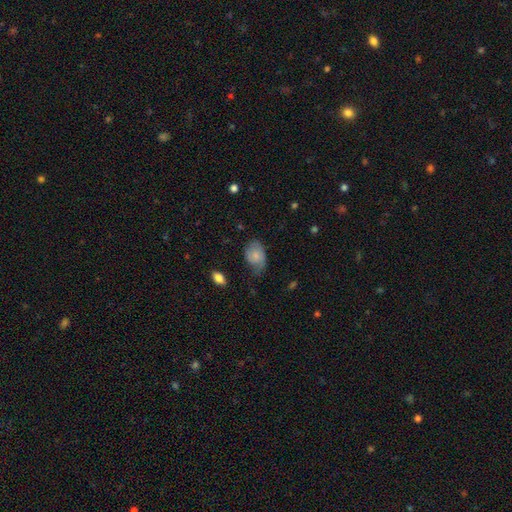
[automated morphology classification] A smooth galaxy with no disk features (70%) that is in between round and cigar-shaped (77%).

Vote fractions:
- Smooth or featured? smooth: 70% / featured or disk: 23% / star or artifact: 7%
- How rounded? in between: 77% / round: 22% / cigar-shaped: 1%
- Merging? none: 43% / minor disturbance: 38% / major disturbance: 18% / merger: 2%